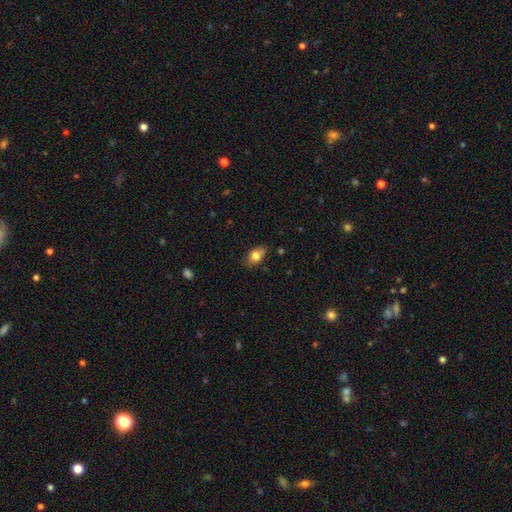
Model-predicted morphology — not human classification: This is likely a smooth galaxy (79%). How rounded: likely in between (76%). Merging: likely none (70%).